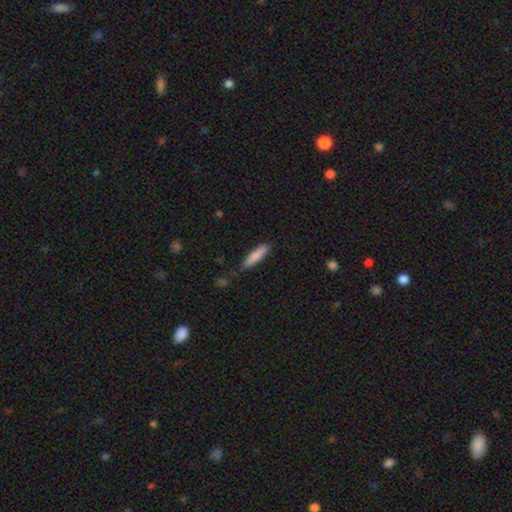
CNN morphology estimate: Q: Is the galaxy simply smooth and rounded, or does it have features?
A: smooth — 84%.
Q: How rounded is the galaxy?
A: cigar-shaped — 80%.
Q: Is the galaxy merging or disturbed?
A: none — 77%.